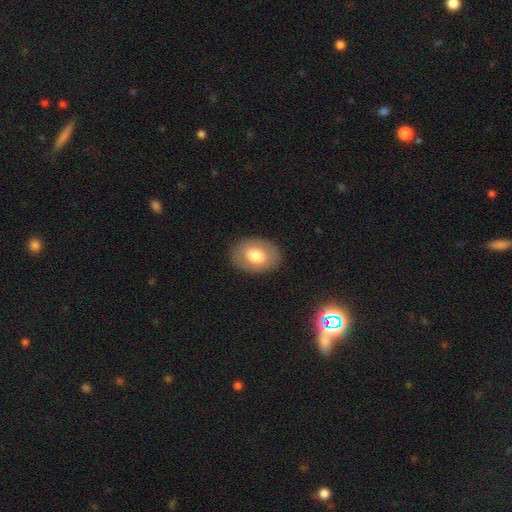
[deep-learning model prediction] Smooth or featured? smooth (69%)
How rounded? in between (72%)
Merging? none (87%)